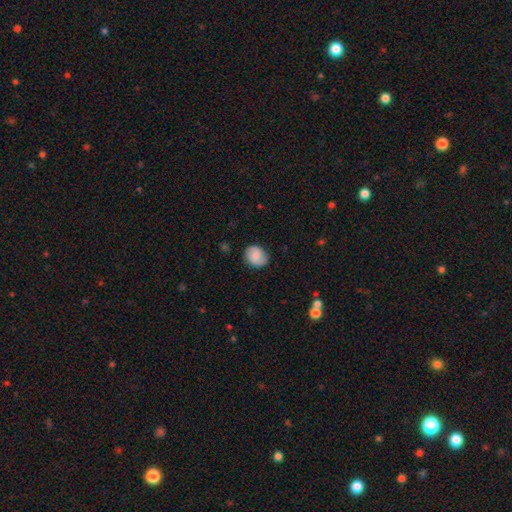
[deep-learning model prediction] Smooth or featured?
  - smooth: 72% *
  - featured or disk: 21%
  - star or artifact: 8%
How rounded?
  - round: 58% *
  - in between: 41%
  - cigar-shaped: 1%
Merging?
  - none: 78% *
  - minor disturbance: 18%
  - major disturbance: 4%
  - merger: 1%